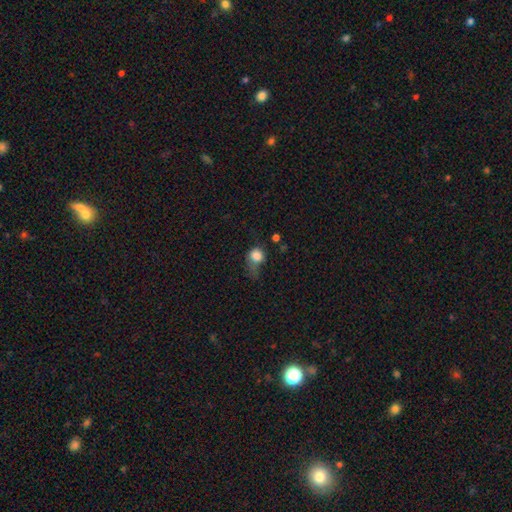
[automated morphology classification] A smooth galaxy with no disk features (80%) that is round (72%).

Vote fractions:
- Smooth or featured? smooth: 80% / star or artifact: 10% / featured or disk: 10%
- How rounded? round: 72% / in between: 27% / cigar-shaped: 1%
- Merging? major disturbance: 38% / minor disturbance: 29% / none: 27% / merger: 6%